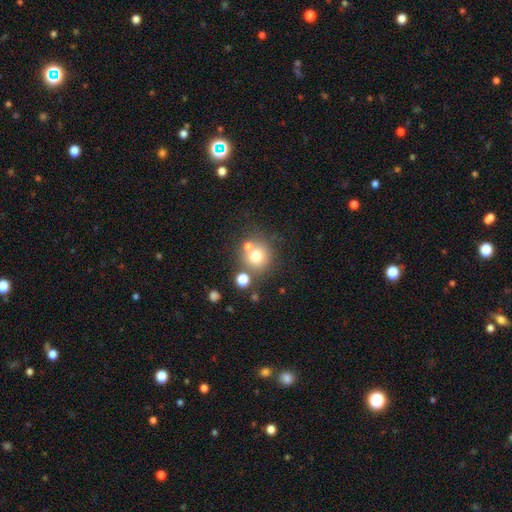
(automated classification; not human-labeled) Overall: smooth (71%). How rounded: round (90%). Merging: none (64%).